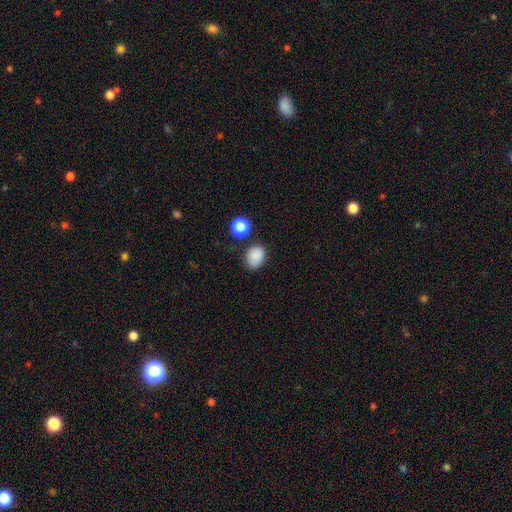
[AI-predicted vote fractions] The model was most divided on "how rounded": in between: 59%, round: 40%, cigar-shaped: 1%. More confident: smooth or featured — smooth (86%); merging — none (78%).